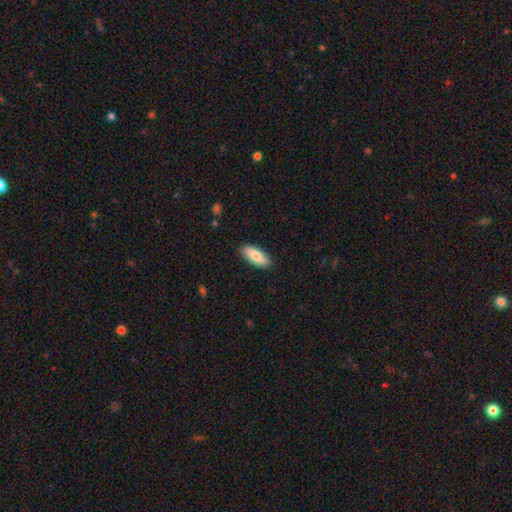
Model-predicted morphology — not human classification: A smooth galaxy with no disk features (78%) that is in between round and cigar-shaped (77%). Merging: none (88%).